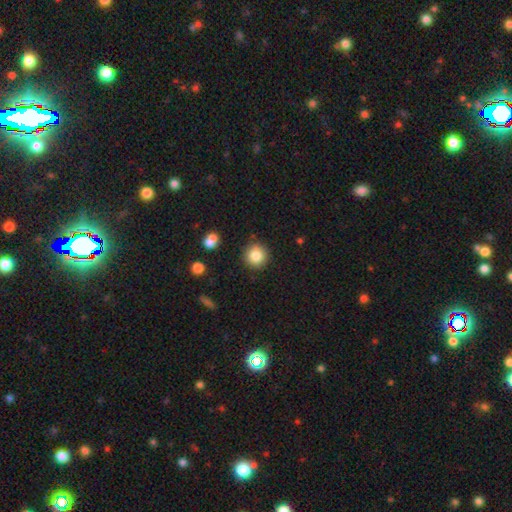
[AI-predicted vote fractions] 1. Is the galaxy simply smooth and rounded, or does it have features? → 83% smooth, 10% star or artifact, 7% featured or disk.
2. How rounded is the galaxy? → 94% round, 6% in between, 1% cigar-shaped.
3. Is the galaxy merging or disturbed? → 88% none, 7% minor disturbance, 3% merger, 2% major disturbance.